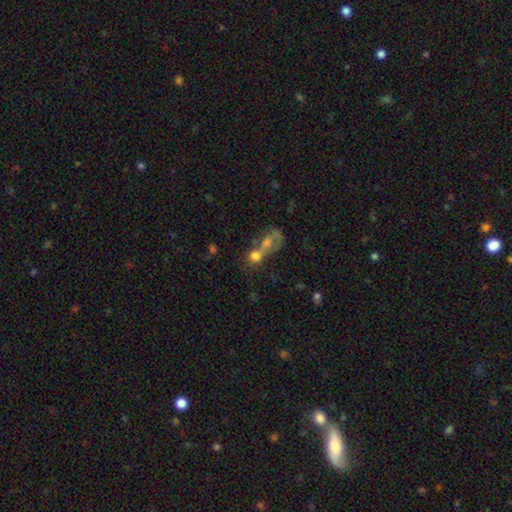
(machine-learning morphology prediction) This appears to be a smooth galaxy with no disk features (67%) that is round (61%). Merging: merger (64%).